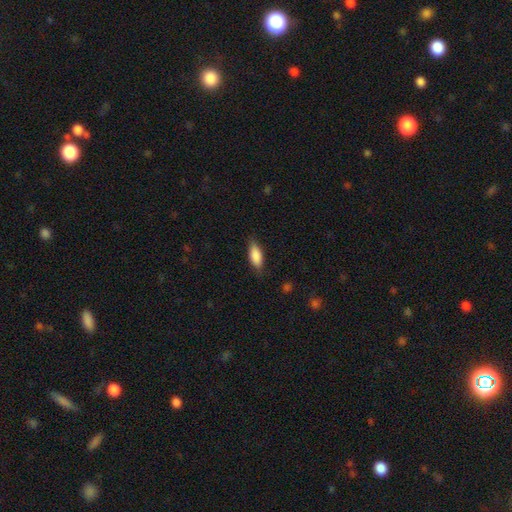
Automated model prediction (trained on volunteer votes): Q: Smooth or featured?
A: smooth (85%); runner-up: featured or disk (9%)
Q: How rounded?
A: in between (77%); runner-up: cigar-shaped (21%)
Q: Merging?
A: none (79%); runner-up: minor disturbance (16%)